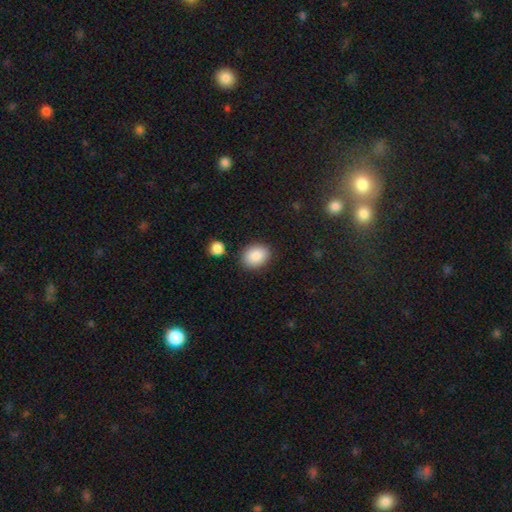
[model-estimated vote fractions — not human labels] This is clearly a smooth galaxy (89%). How rounded: possibly in between (60%). Merging: clearly none (85%).